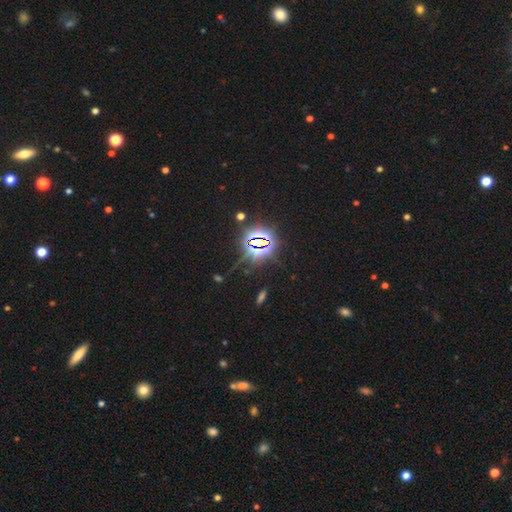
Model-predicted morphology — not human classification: This appears to be a star or artifact, not a galaxy (82%).